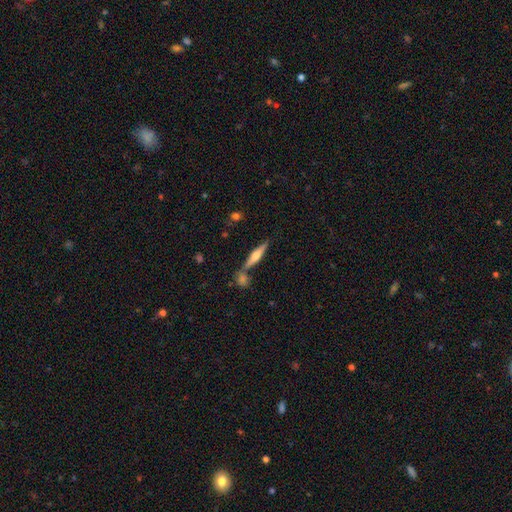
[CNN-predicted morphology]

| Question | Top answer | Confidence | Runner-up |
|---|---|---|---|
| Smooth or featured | featured or disk | 59% | smooth (35%) |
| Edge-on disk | yes | 96% | no (4%) |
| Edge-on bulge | rounded | 82% | boxy (12%) |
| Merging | none | 74% | merger (15%) |